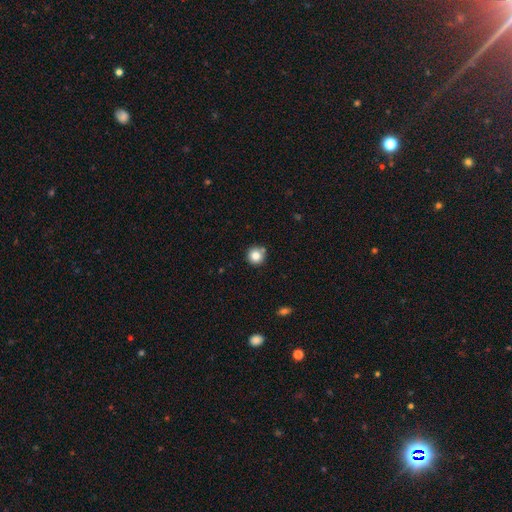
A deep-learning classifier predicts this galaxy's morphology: A smooth galaxy with no disk features (82%) that is round (94%).

Vote fractions:
- Smooth or featured? smooth: 82% / star or artifact: 11% / featured or disk: 7%
- How rounded? round: 94% / in between: 5% / cigar-shaped: 1%
- Merging? none: 80% / minor disturbance: 10% / merger: 8% / major disturbance: 2%